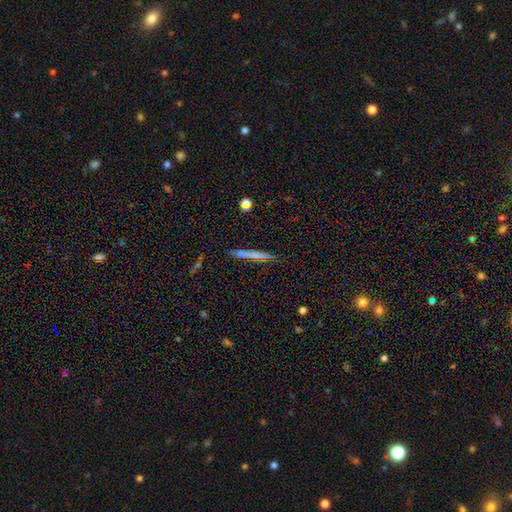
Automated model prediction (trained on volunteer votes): Morphology: type=smooth (65%); roundness=cigar-shaped (95%); merging=none (88%).